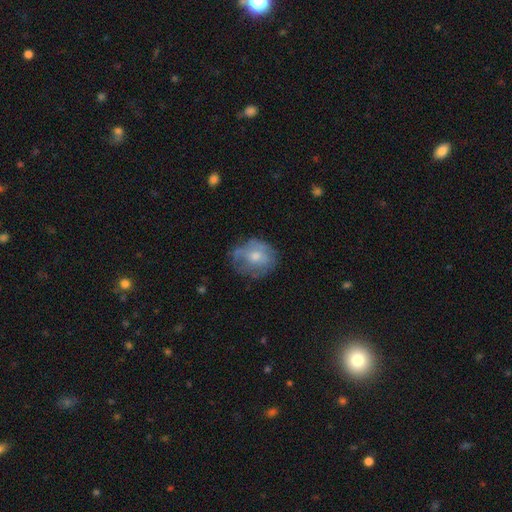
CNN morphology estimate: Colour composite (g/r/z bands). It shows a smooth galaxy with no disk features (55%) that is round (70%). Merging: none (56%).